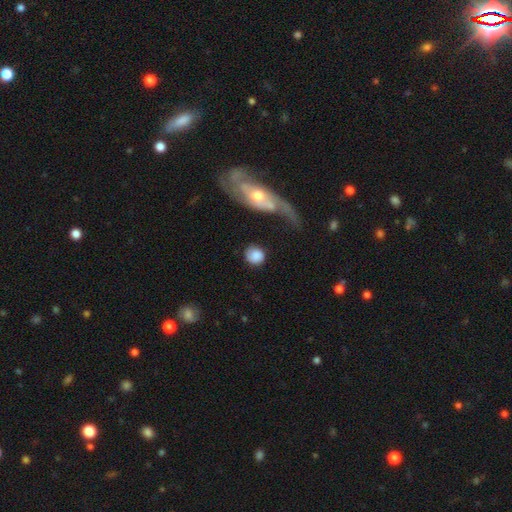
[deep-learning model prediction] This appears to be a smooth galaxy with no disk features (78%) that is round (87%). Merging: none (66%).